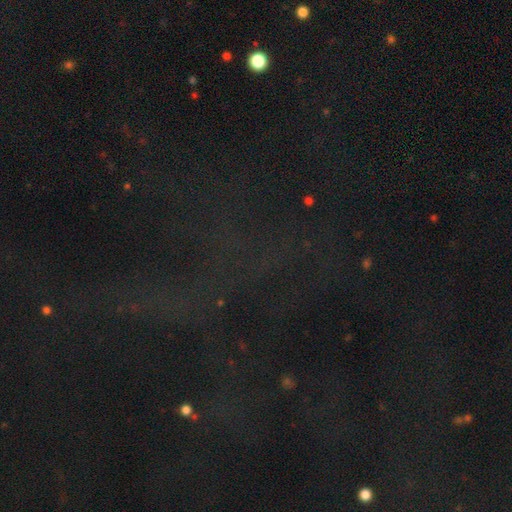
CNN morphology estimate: This is likely a star or artifact rather than a galaxy (74%).